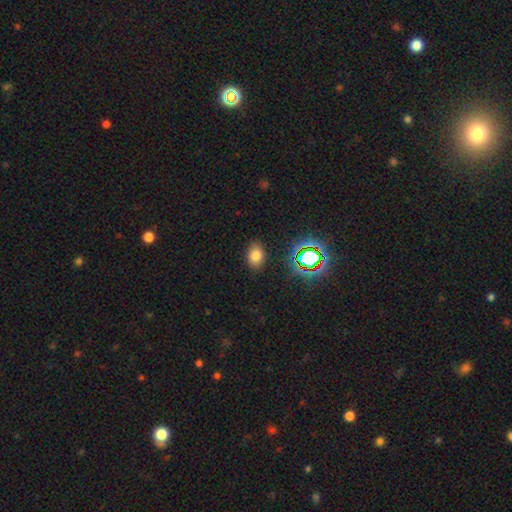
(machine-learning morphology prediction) Smooth or featured? Predicted: smooth (p=0.74). How rounded? Predicted: in between (p=0.75). Merging? Predicted: none (p=0.85).